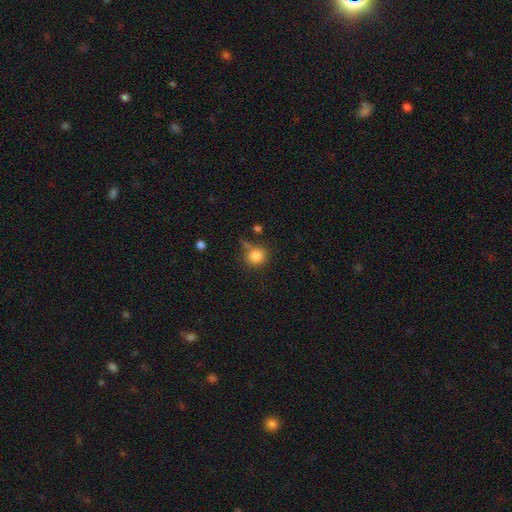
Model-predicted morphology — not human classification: Smooth or featured? smooth (85%)
How rounded? round (86%)
Merging? none (67%)